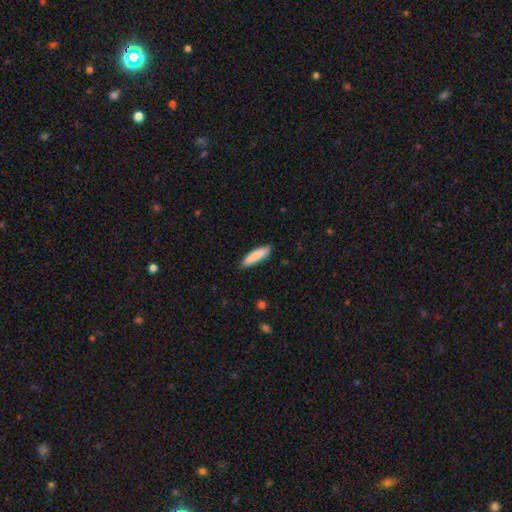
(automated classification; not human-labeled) Smooth or featured: smooth — 86% (featured or disk — 8%)
How rounded: cigar-shaped — 74% (in between — 25%)
Merging: none — 84% (minor disturbance — 13%)